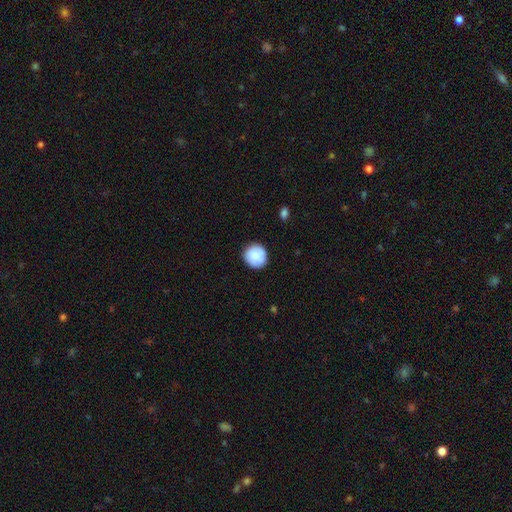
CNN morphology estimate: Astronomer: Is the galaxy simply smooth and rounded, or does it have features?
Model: smooth — 83%.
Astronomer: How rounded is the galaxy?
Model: round — 93%.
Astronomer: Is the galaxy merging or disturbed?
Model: none — 85%.